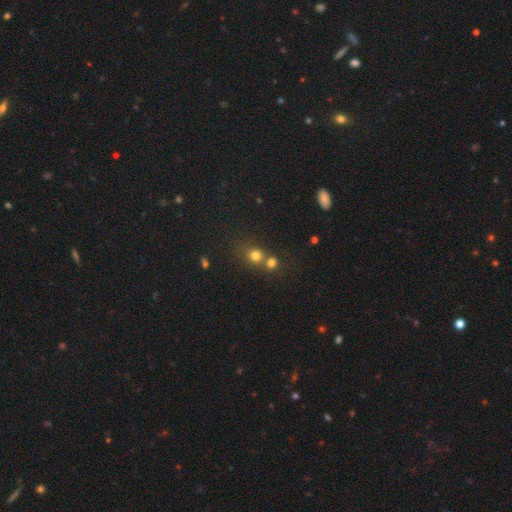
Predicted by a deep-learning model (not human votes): Smooth or featured? smooth (73%)
How rounded? round (85%)
Merging? none (48%)